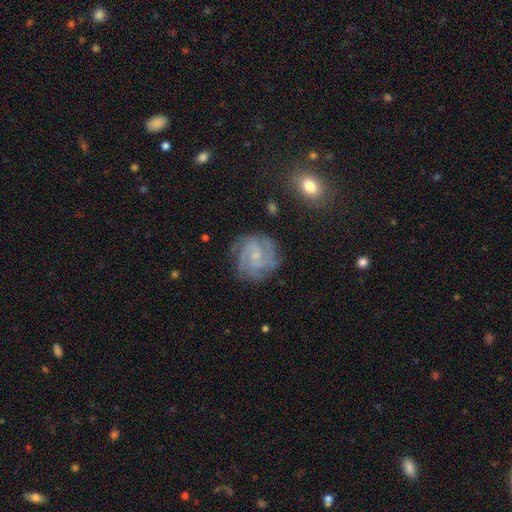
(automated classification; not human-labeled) Smooth or featured? featured or disk (84%)
Edge-on disk? no (98%)
Bar? no (60%)
Spiral arms? yes (97%)
Spiral winding? tight (56%)
Spiral arm count? 3 (36%)
Bulge size? small (75%)
Merging? none (77%)